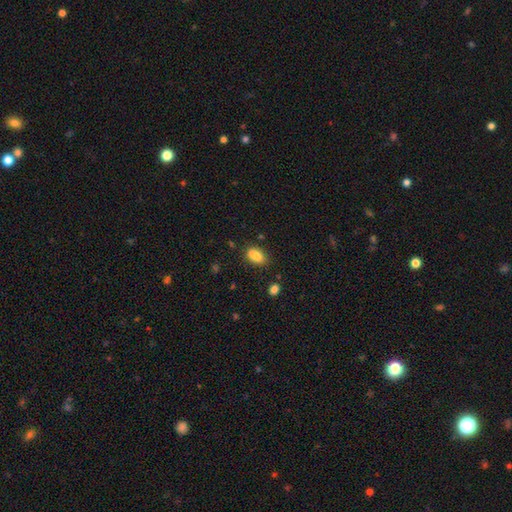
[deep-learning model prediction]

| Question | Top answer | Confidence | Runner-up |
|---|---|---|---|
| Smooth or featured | smooth | 80% | featured or disk (11%) |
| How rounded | in between | 84% | round (13%) |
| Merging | none | 60% | merger (18%) |